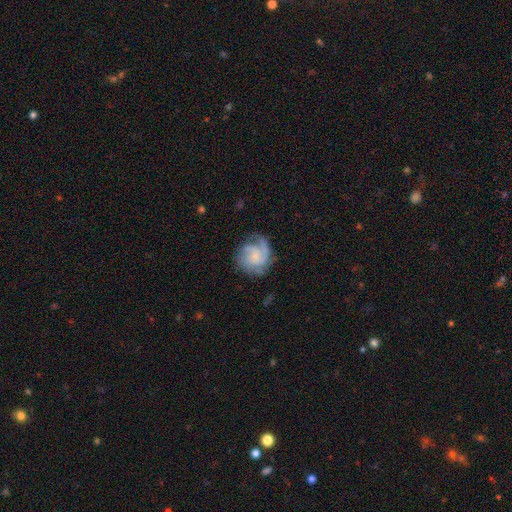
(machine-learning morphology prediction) smooth-or-featured: featured or disk: 75% | smooth: 18% | star or artifact: 7%
  disk-edge-on: no: 98% | yes: 2%
    bar: no: 72% | weak: 25% | strong: 3%
    has-spiral-arms: yes: 95% | no: 5%
      spiral-winding: tight: 43% | medium: 41% | loose: 16%
      spiral-arm-count: 3: 36% | can't tell: 21% | 2: 19% | 4: 9% | 1: 8% | more than 4: 6%
    bulge-size: small: 52% | none: 30% | moderate: 14% | large: 3% | dominant: 1%
  merging: none: 65% | minor disturbance: 20% | major disturbance: 13% | merger: 1%